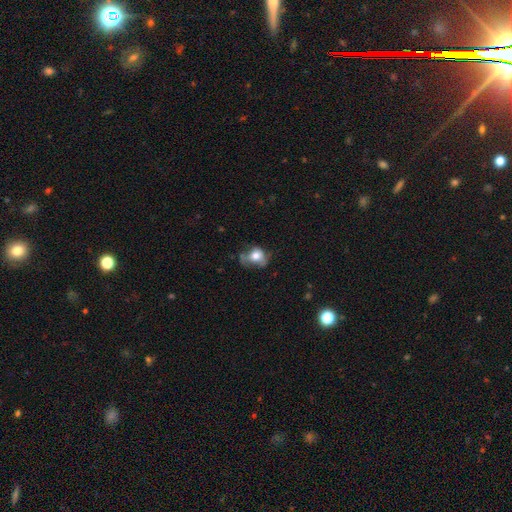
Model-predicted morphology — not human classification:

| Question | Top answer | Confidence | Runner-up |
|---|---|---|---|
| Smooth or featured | smooth | 66% | featured or disk (25%) |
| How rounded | round | 51% | in between (48%) |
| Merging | none | 33% | minor disturbance (32%) |